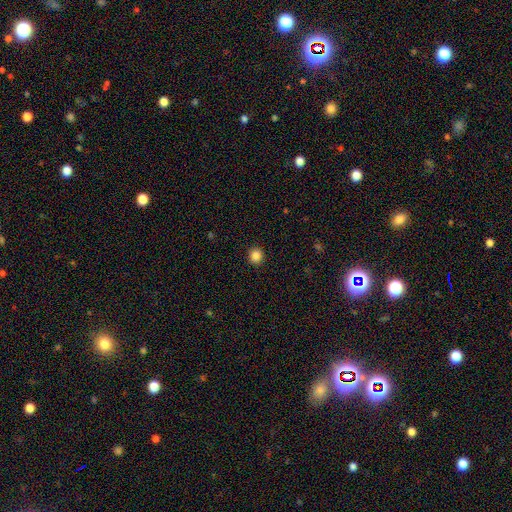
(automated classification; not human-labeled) Smooth or featured: smooth — 86% (star or artifact — 10%)
How rounded: round — 90% (in between — 9%)
Merging: none — 93% (minor disturbance — 5%)